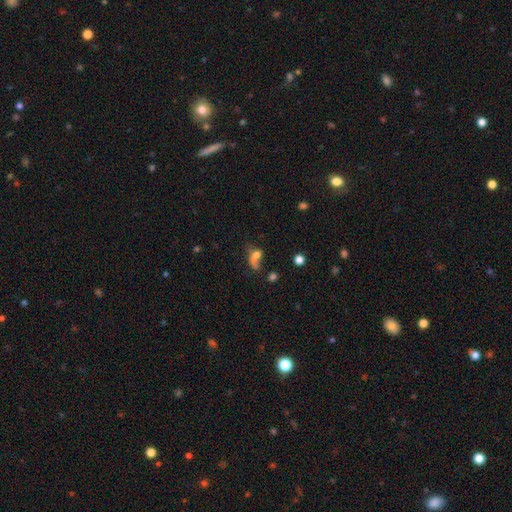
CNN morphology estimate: Smooth or featured? Predicted: smooth (p=0.58). How rounded? Predicted: in between (p=0.64). Merging? Predicted: major disturbance (p=0.35).